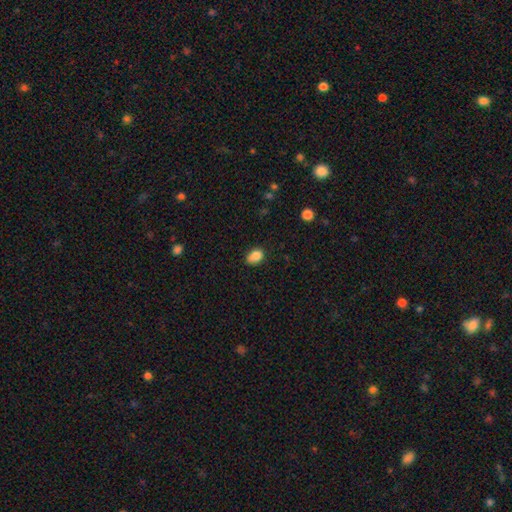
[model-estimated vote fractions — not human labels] Q: Smooth or featured?
A: smooth (85%); runner-up: star or artifact (9%)
Q: How rounded?
A: in between (78%); runner-up: round (21%)
Q: Merging?
A: none (72%); runner-up: minor disturbance (22%)